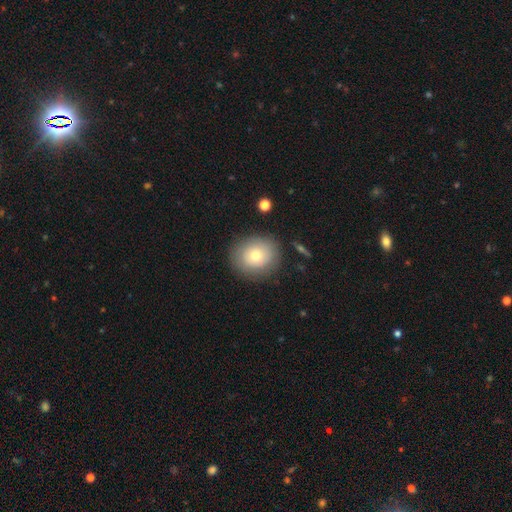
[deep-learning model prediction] Smooth or featured: smooth — 72% (featured or disk — 19%)
How rounded: round — 75% (in between — 24%)
Merging: none — 84% (minor disturbance — 11%)